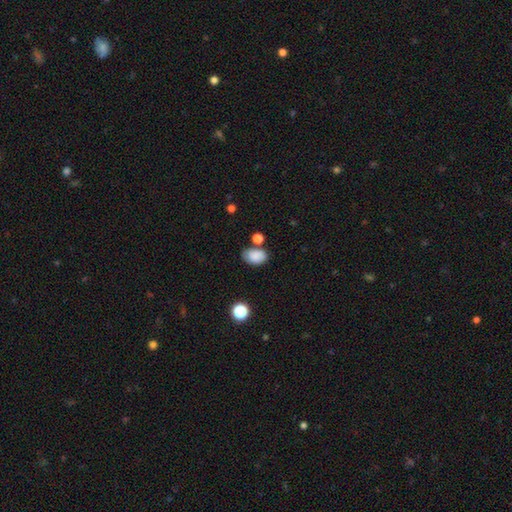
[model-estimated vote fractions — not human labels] This appears to be a smooth galaxy with no disk features (85%) that is in between round and cigar-shaped (84%). Merging: none (65%).